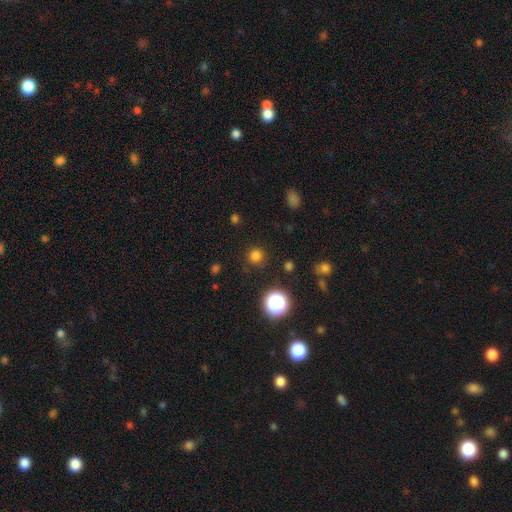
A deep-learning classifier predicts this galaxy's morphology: This appears to be a smooth galaxy with no disk features (77%) that is round (94%). Merging: none (89%).